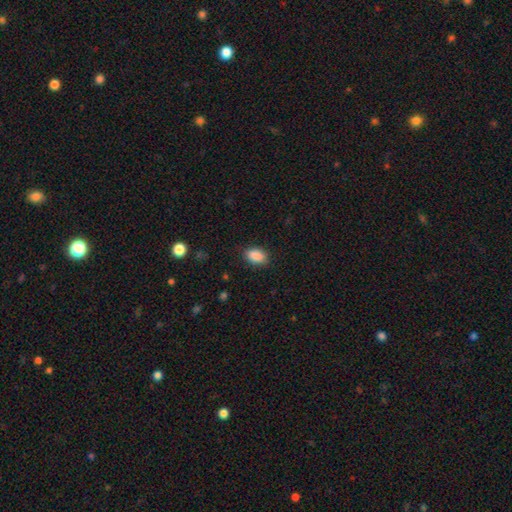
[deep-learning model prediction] Smooth or featured? smooth (89%)
How rounded? in between (89%)
Merging? none (85%)